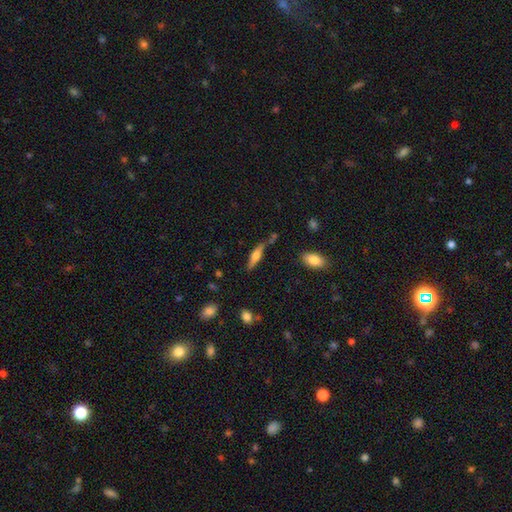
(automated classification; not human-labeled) A featured or disk galaxy (51%) viewed edge-on (94%). Merging: none (73%).